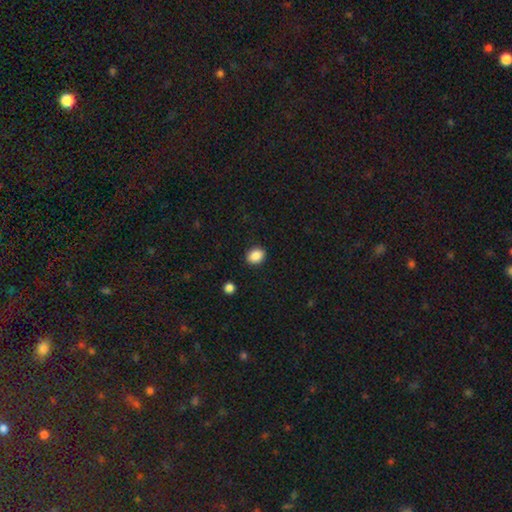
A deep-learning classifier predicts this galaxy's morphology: Overall: smooth (88%). How rounded: in between (50%; round 49%). Merging: none (89%).